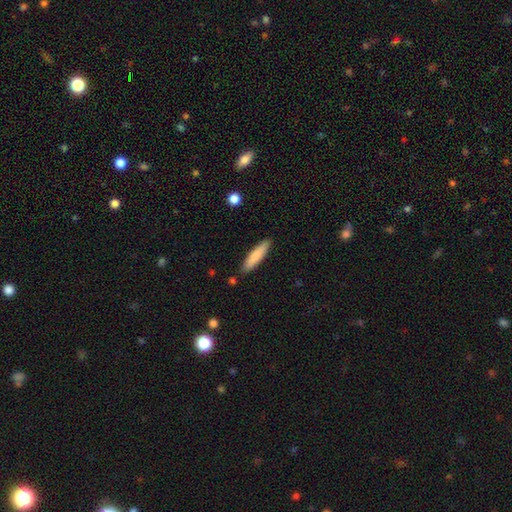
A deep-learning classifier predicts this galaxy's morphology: Smooth or featured? smooth (82%)
How rounded? cigar-shaped (79%)
Merging? none (87%)